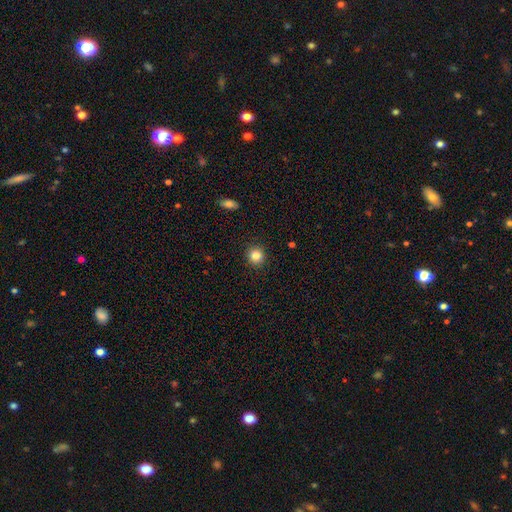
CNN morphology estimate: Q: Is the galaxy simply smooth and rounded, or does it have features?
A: smooth — 84%.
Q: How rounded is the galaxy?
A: round — 91%.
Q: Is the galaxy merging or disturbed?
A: none — 91%.